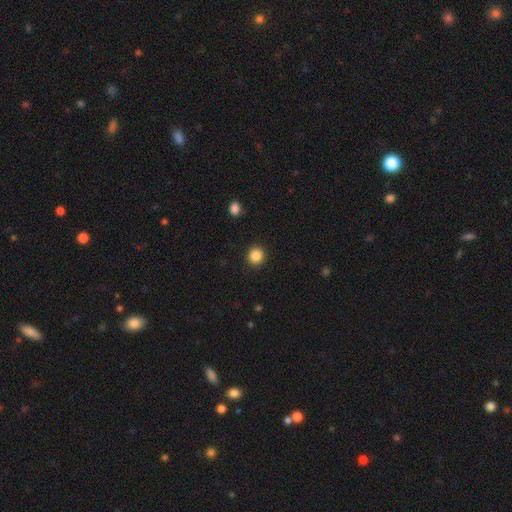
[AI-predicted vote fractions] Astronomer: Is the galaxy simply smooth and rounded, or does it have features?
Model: smooth — 86%.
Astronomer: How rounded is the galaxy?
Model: round — 93%.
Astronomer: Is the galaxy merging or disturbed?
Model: none — 92%.